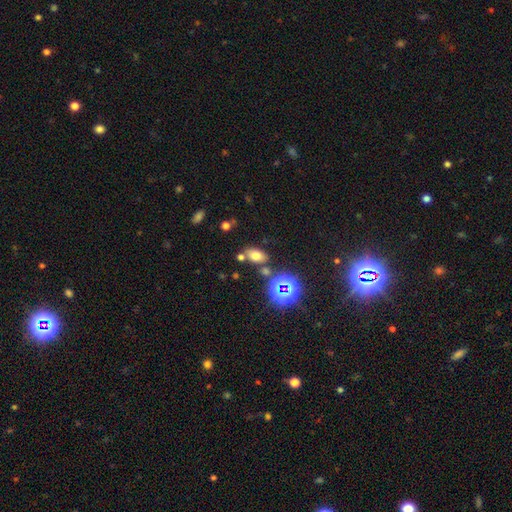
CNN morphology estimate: Smooth or featured? Predicted: smooth (p=0.65). How rounded? Predicted: in between (p=0.84). Merging? Predicted: none (p=0.71).